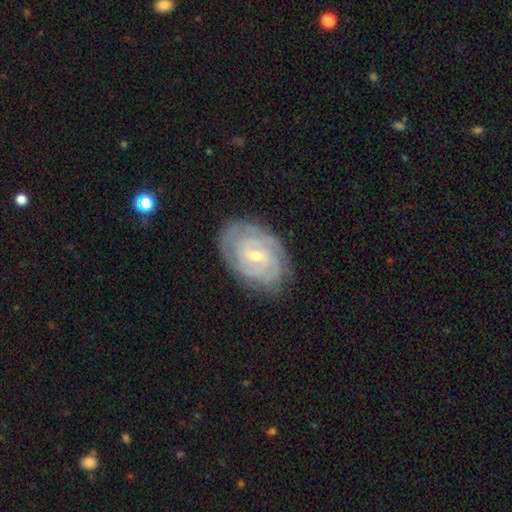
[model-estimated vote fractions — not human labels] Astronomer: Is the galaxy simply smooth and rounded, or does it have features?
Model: featured or disk — 85%.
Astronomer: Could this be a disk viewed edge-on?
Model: no — 96%.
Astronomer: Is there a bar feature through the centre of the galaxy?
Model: weak — 51% (runner-up: no, 35%).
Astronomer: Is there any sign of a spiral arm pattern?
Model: yes — 95%.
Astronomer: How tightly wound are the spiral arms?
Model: tight — 75%.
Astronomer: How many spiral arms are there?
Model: can't tell — 31% (runner-up: 2, 27%).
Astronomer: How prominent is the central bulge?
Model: small — 64%.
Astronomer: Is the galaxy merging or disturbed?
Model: none — 81%.